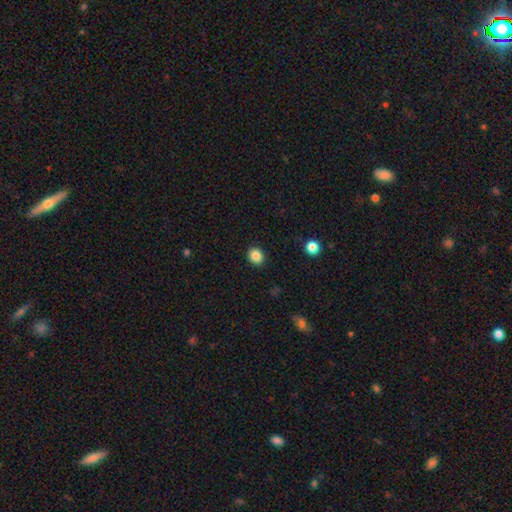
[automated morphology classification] Smooth or featured? smooth (86%)
How rounded? round (71%)
Merging? none (91%)